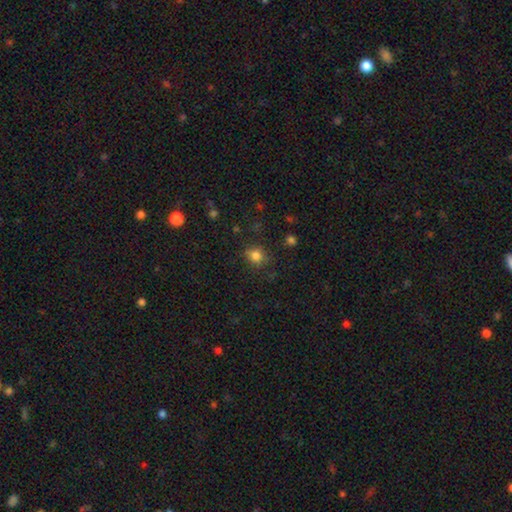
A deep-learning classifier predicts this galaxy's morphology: A smooth galaxy with no disk features (81%) that is round (78%).

Vote fractions:
- Smooth or featured? smooth: 81% / star or artifact: 14% / featured or disk: 6%
- How rounded? round: 78% / in between: 21% / cigar-shaped: 1%
- Merging? none: 77% / minor disturbance: 16% / major disturbance: 5% / merger: 2%